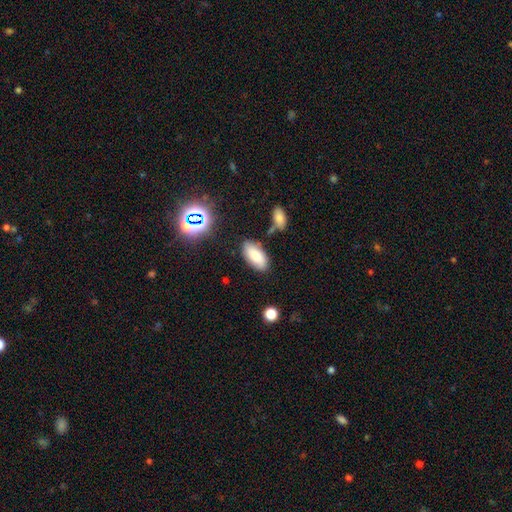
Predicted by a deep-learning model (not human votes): Overall: smooth (79%). How rounded: in between (91%). Merging: none (78%).